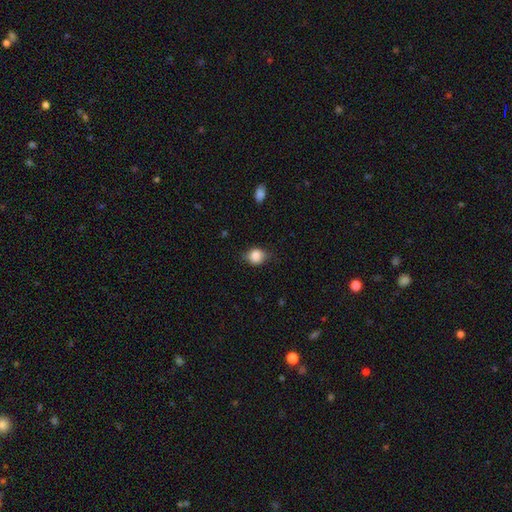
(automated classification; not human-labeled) Smooth or featured: smooth — 82% (featured or disk — 9%)
How rounded: round — 65% (in between — 34%)
Merging: none — 65% (minor disturbance — 27%)